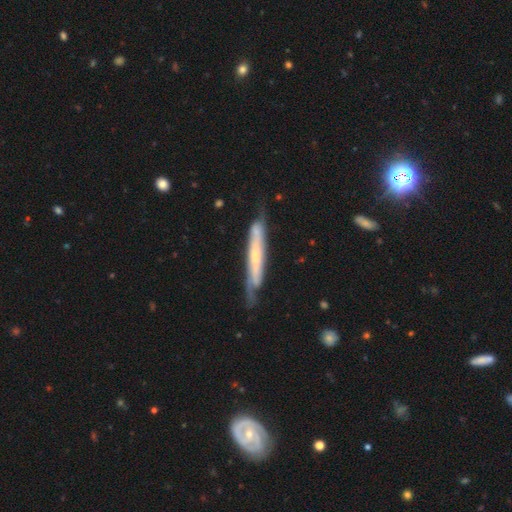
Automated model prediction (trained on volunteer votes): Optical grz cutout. It shows a featured or disk galaxy (66%) viewed edge-on (70%). Merging: none (63%).